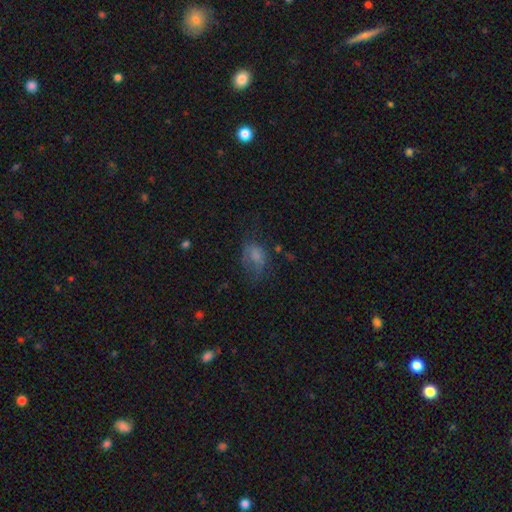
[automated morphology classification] smooth 61%, featured or disk 25%, star or artifact 14%. Down the decision tree: how rounded — in between (82%); merging — none (38%).